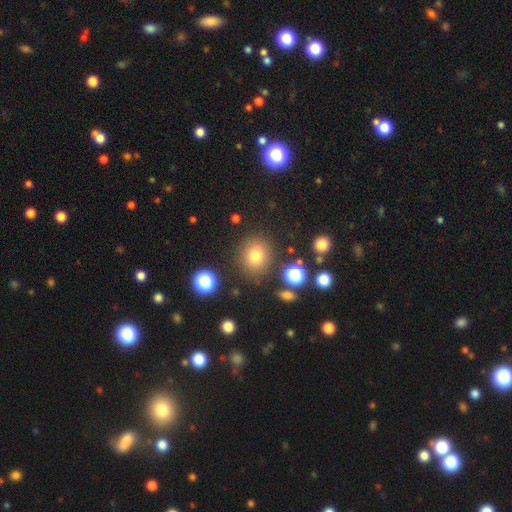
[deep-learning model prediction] smooth 75%, star or artifact 15%, featured or disk 9%. Down the decision tree: how rounded — round (69%); merging — none (81%).